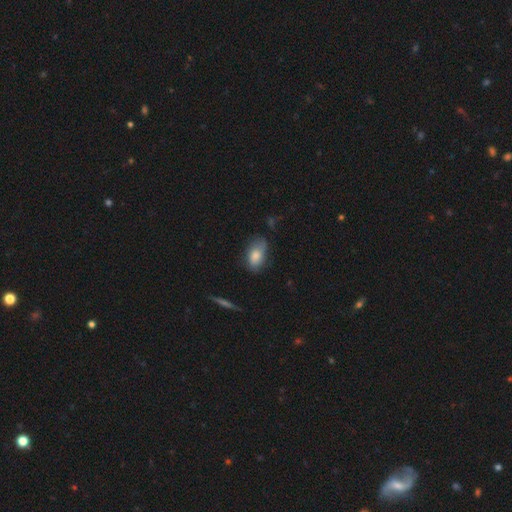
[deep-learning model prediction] Morphology: type=smooth (80%); roundness=in between (91%); merging=none (62%).